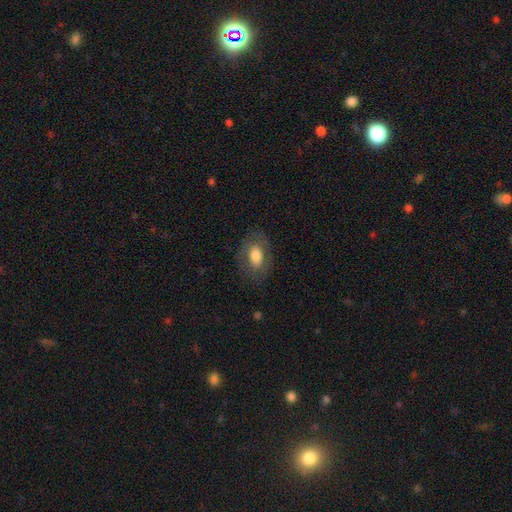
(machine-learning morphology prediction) Q: Smooth or featured?
A: smooth (68%); runner-up: featured or disk (25%)
Q: How rounded?
A: in between (85%); runner-up: round (13%)
Q: Merging?
A: none (76%); runner-up: minor disturbance (15%)